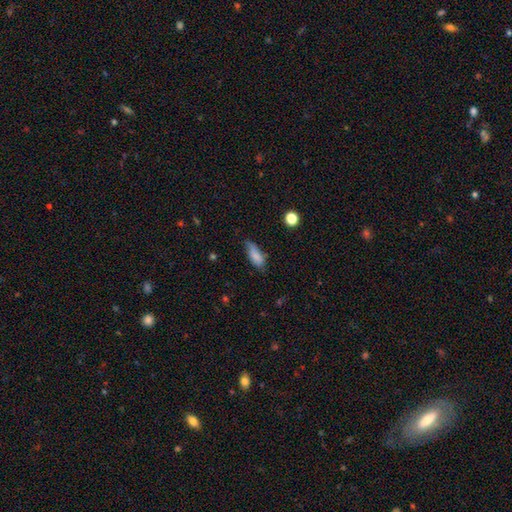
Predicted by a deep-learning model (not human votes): Morphology: type=smooth (81%); roundness=in between (73%); merging=none (54%).